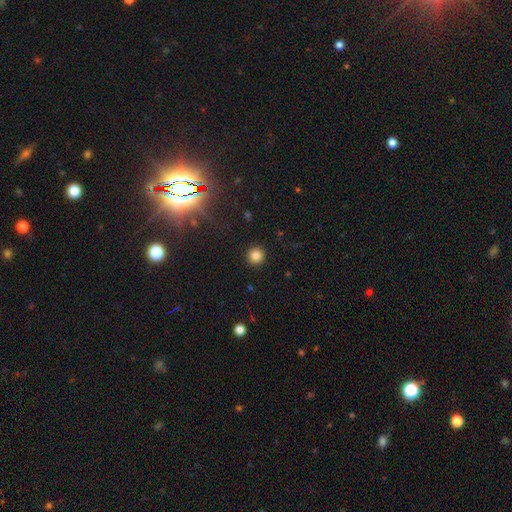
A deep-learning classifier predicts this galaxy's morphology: Smooth or featured: smooth — 82% (star or artifact — 13%)
How rounded: round — 95% (in between — 4%)
Merging: none — 92% (minor disturbance — 5%)